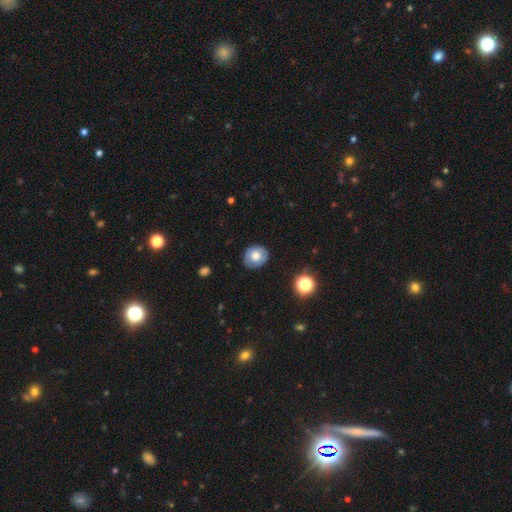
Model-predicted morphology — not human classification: The model was most divided on "smooth or featured": smooth: 69%, featured or disk: 22%, star or artifact: 10%. More confident: merging — none (82%); how rounded — round (76%).